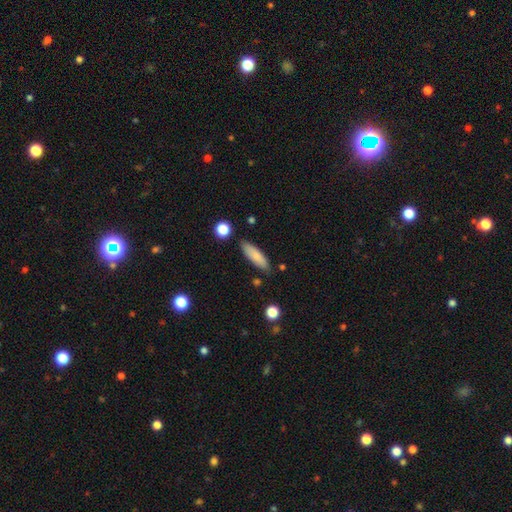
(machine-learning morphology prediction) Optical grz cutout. It shows a smooth galaxy with no disk features (80%) that is cigar-shaped (52%). Merging: none (82%).